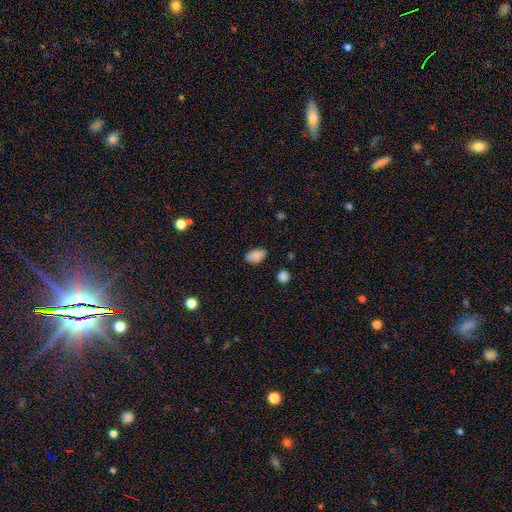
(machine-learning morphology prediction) This appears to be a smooth galaxy with no disk features (87%) that is in between round and cigar-shaped (91%). Merging: none (81%).